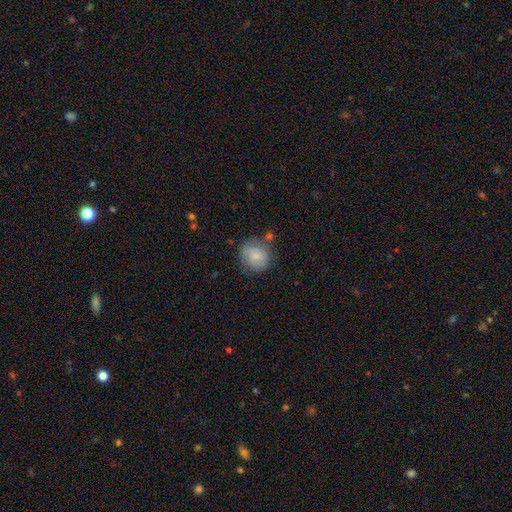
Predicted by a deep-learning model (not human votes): Smooth or featured? smooth (73%)
How rounded? round (84%)
Merging? none (66%)